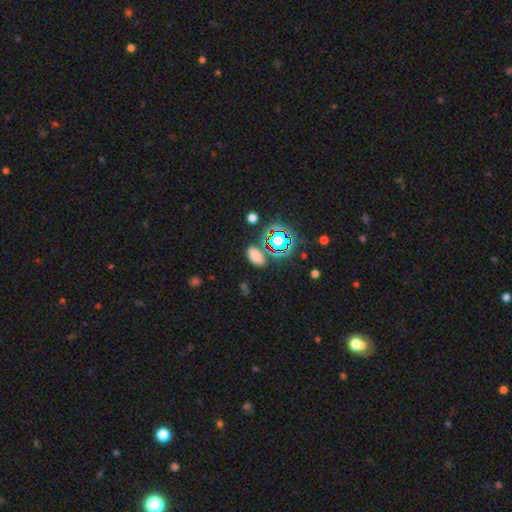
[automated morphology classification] The model was most divided on "smooth or featured": smooth: 70%, star or artifact: 24%, featured or disk: 6%. More confident: how rounded — in between (88%); merging — none (77%).